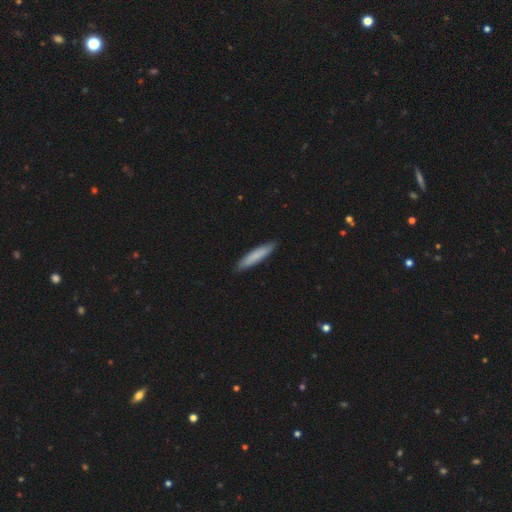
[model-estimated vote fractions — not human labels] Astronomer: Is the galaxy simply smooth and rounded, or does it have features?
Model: smooth — 79%.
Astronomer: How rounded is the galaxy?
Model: cigar-shaped — 89%.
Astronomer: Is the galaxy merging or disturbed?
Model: none — 91%.